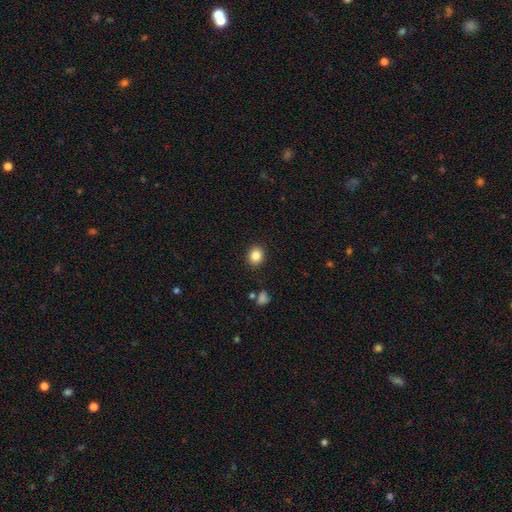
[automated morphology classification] Smooth or featured? Predicted: smooth (p=0.85). How rounded? Predicted: round (p=0.69). Merging? Predicted: none (p=0.89).